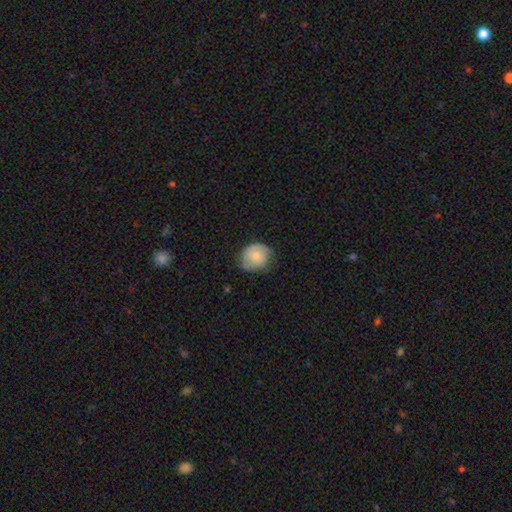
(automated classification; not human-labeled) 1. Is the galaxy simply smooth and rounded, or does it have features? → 65% smooth, 28% featured or disk, 7% star or artifact.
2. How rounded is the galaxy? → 70% round, 29% in between, 1% cigar-shaped.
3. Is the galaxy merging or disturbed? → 63% none, 29% minor disturbance, 7% major disturbance, 1% merger.